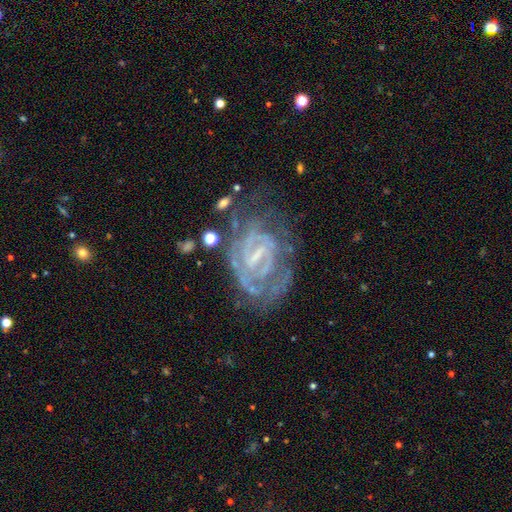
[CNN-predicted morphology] This appears to be a featured or disk galaxy (83%) with a weak bar (46%), tight (62%) spiral arms (85%) and a small central bulge (46%). Merging: none (54%).